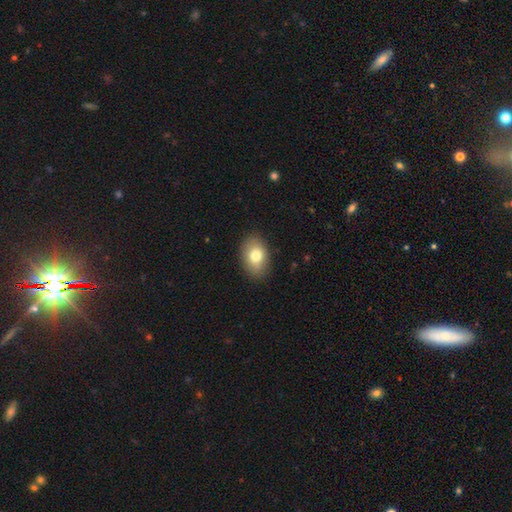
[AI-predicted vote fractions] Smooth or featured? Predicted: smooth (p=0.79). How rounded? Predicted: in between (p=0.85). Merging? Predicted: none (p=0.87).